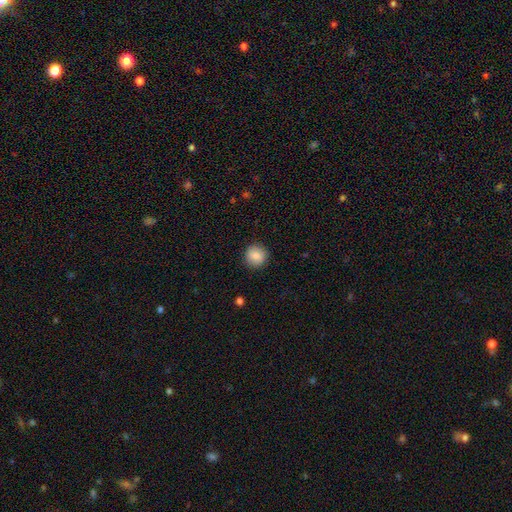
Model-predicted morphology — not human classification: This appears to be a smooth galaxy with no disk features (84%) that is round (93%). Merging: none (90%).